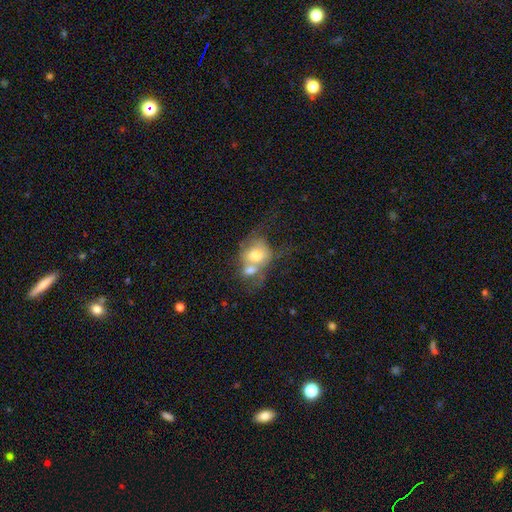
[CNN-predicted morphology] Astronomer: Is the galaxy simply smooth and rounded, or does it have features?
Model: smooth — 59%.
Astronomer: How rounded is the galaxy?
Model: round — 52% (runner-up: in between, 47%).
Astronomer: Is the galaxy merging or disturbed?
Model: merger — 65%.